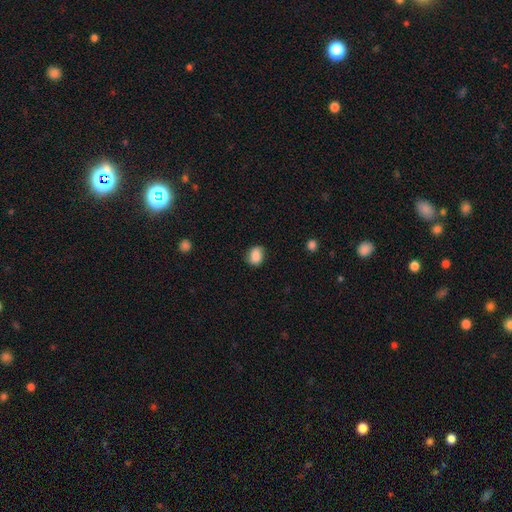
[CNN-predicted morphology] A smooth galaxy with no disk features (85%) that is in between round and cigar-shaped (57%). Merging: none (75%).